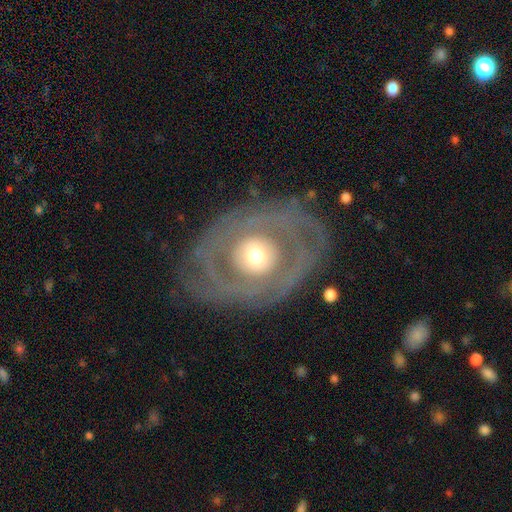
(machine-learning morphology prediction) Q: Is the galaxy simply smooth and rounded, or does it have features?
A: featured or disk — 73%.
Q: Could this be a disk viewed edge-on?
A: no — 95%.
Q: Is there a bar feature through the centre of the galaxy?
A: no — 81%.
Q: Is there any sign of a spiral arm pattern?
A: no — 58%.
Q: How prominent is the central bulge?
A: moderate — 62%.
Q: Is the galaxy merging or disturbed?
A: none — 77%.